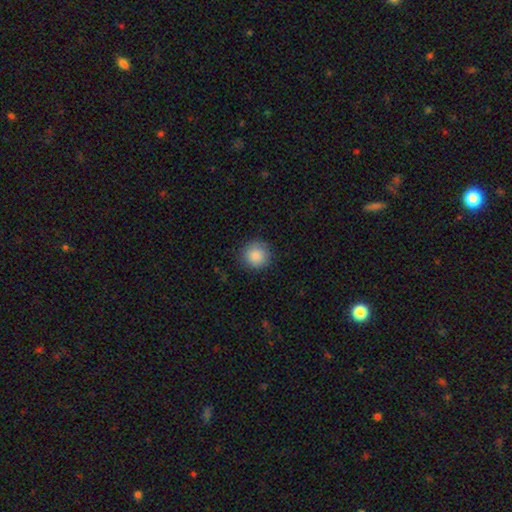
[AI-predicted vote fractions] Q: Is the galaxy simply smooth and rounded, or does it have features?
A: smooth — 88%.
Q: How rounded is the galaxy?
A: round — 94%.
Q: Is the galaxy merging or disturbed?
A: none — 88%.